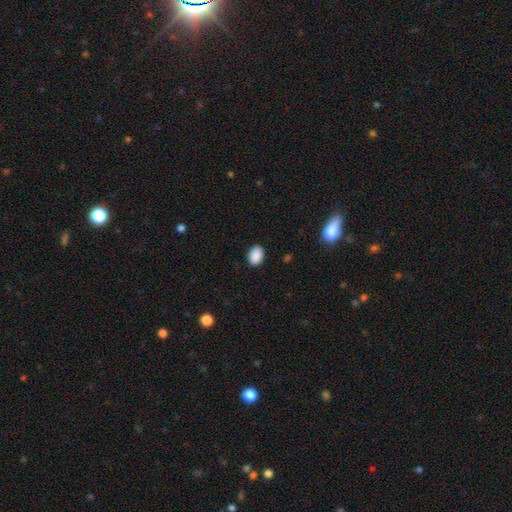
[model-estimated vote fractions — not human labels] Q: Smooth or featured?
A: smooth (90%); runner-up: star or artifact (8%)
Q: How rounded?
A: in between (79%); runner-up: round (20%)
Q: Merging?
A: none (87%); runner-up: minor disturbance (10%)